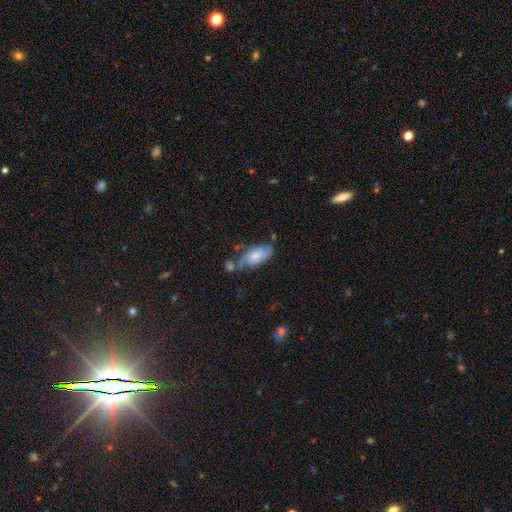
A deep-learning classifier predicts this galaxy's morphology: Smooth or featured? Predicted: smooth (p=0.51). How rounded? Predicted: in between (p=0.88). Merging? Predicted: none (p=0.40).